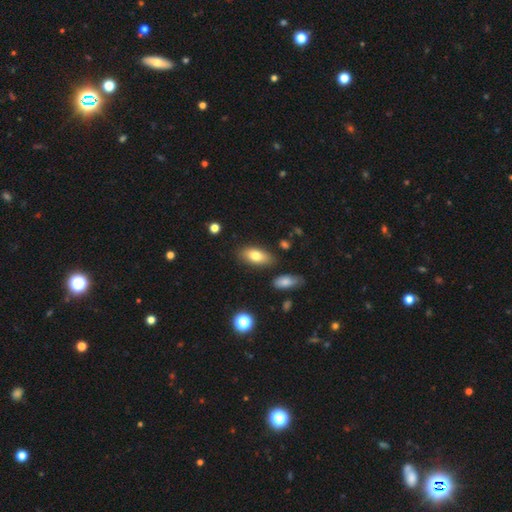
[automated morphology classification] smooth 78%, featured or disk 15%, star or artifact 8%. Down the decision tree: how rounded — in between (88%); merging — none (82%).